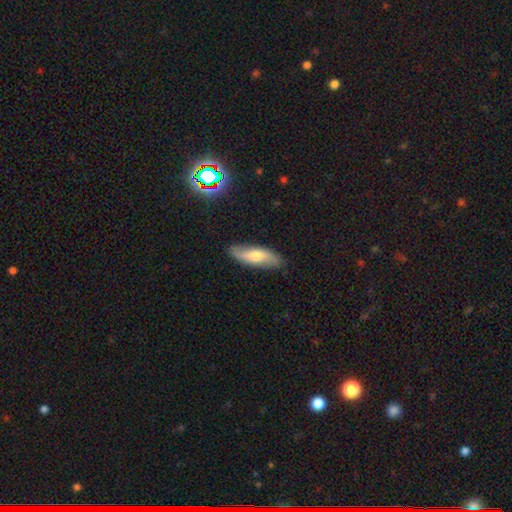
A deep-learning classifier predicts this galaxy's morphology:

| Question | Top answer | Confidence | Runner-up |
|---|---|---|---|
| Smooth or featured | smooth | 57% | featured or disk (36%) |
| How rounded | in between | 55% | cigar-shaped (42%) |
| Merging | none | 83% | minor disturbance (13%) |